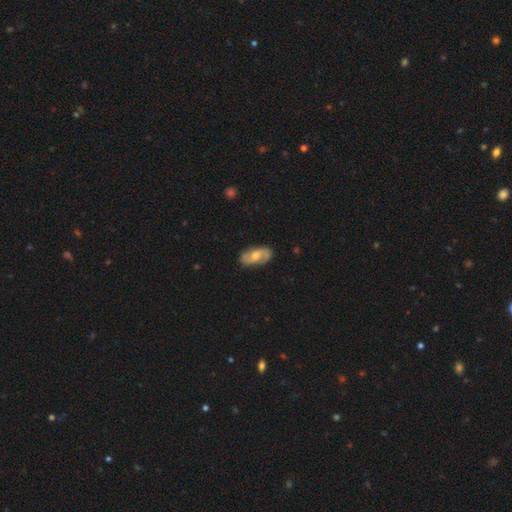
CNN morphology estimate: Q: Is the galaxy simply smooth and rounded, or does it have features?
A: featured or disk — 60%.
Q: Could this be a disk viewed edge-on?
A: no — 93%.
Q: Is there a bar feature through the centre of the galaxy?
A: no — 55%.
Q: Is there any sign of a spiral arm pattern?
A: yes — 87%.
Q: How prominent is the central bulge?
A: moderate — 61%.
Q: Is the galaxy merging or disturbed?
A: none — 81%.